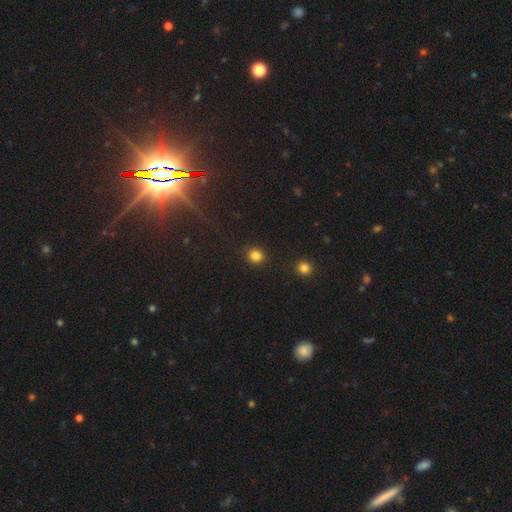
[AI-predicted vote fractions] Smooth or featured? Predicted: smooth (p=0.84). How rounded? Predicted: round (p=0.82). Merging? Predicted: none (p=0.90).